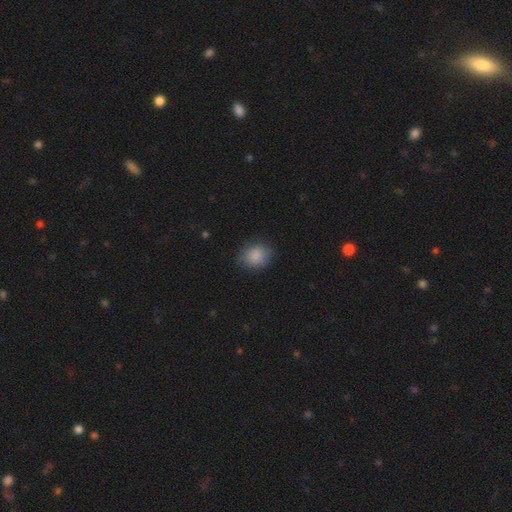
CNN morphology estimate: This is clearly a smooth galaxy (85%). How rounded: likely round (66%). Merging: likely none (79%).